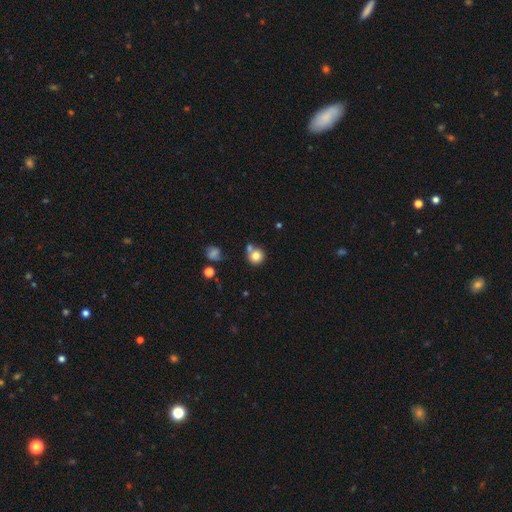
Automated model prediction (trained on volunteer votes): The model was most divided on "merging": none: 59%, merger: 25%, minor disturbance: 12%, major disturbance: 4%. More confident: how rounded — round (89%); smooth or featured — smooth (79%).